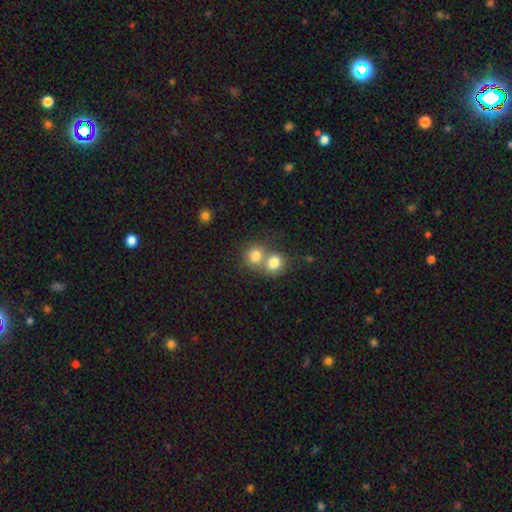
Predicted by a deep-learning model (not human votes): Smooth or featured? Predicted: smooth (p=0.79). How rounded? Predicted: round (p=0.82). Merging? Predicted: merger (p=0.55).